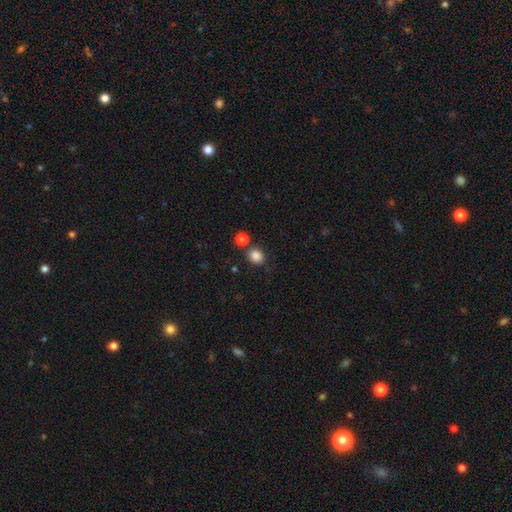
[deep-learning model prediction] A smooth galaxy with no disk features (85%) that is round (62%). Merging: none (74%).